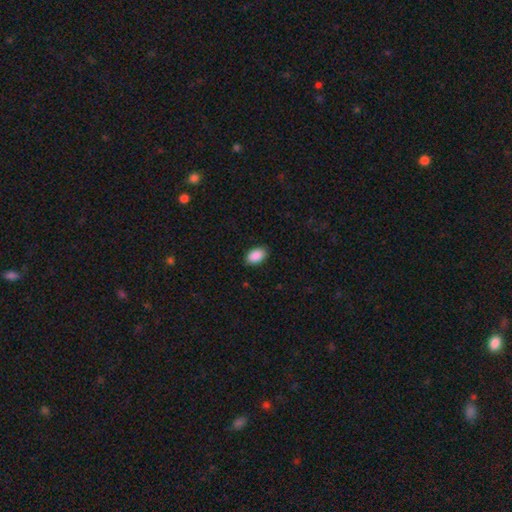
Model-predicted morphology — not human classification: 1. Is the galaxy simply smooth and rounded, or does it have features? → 91% smooth, 7% star or artifact, 3% featured or disk.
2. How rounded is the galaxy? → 92% in between, 7% round, 1% cigar-shaped.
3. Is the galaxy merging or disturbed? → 88% none, 9% minor disturbance, 2% major disturbance, 1% merger.